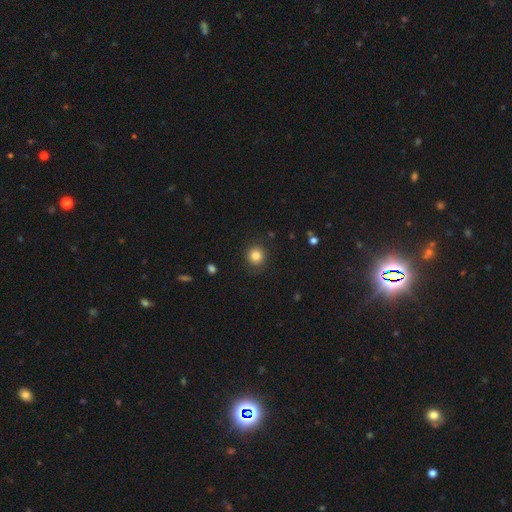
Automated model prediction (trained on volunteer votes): A smooth galaxy with no disk features (83%) that is round (90%). Merging: none (87%).